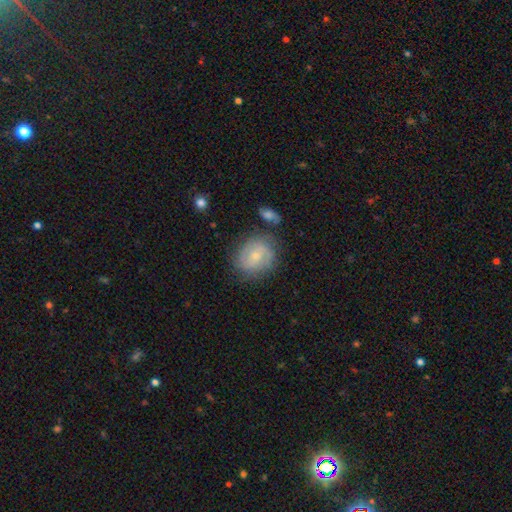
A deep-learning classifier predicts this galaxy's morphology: Smooth or featured? Predicted: featured or disk (p=0.54). Edge-on disk? Predicted: no (p=0.97). Bar? Predicted: no (p=0.56). Spiral arms? Predicted: yes (p=0.81). Bulge size? Predicted: small (p=0.59). Merging? Predicted: none (p=0.70).